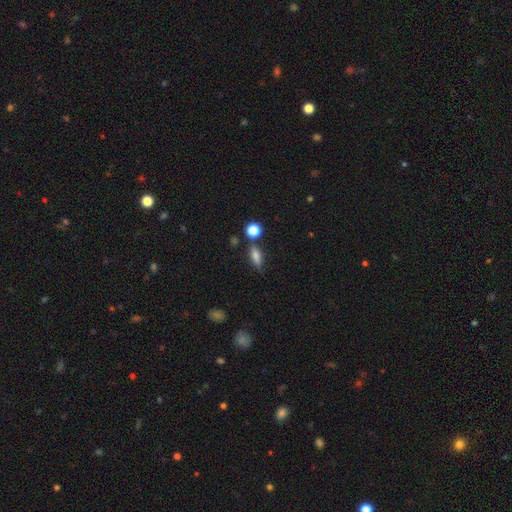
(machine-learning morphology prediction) Q: Smooth or featured?
A: smooth (76%); runner-up: featured or disk (14%)
Q: How rounded?
A: in between (61%); runner-up: cigar-shaped (31%)
Q: Merging?
A: none (66%); runner-up: minor disturbance (21%)